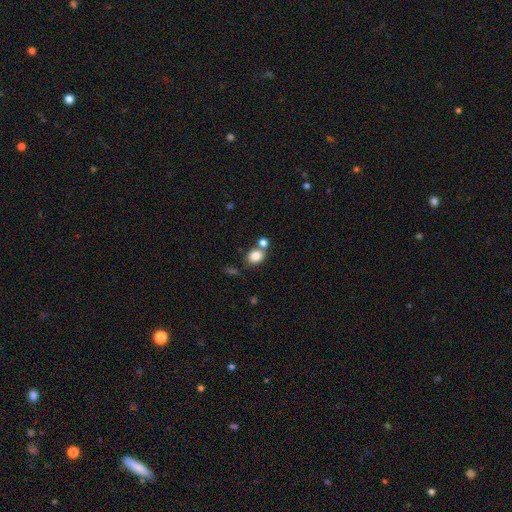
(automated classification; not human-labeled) A smooth galaxy with no disk features (83%) that is in between round and cigar-shaped (58%).

Vote fractions:
- Smooth or featured? smooth: 83% / star or artifact: 10% / featured or disk: 7%
- How rounded? in between: 58% / round: 41% / cigar-shaped: 1%
- Merging? none: 57% / merger: 28% / minor disturbance: 12% / major disturbance: 4%